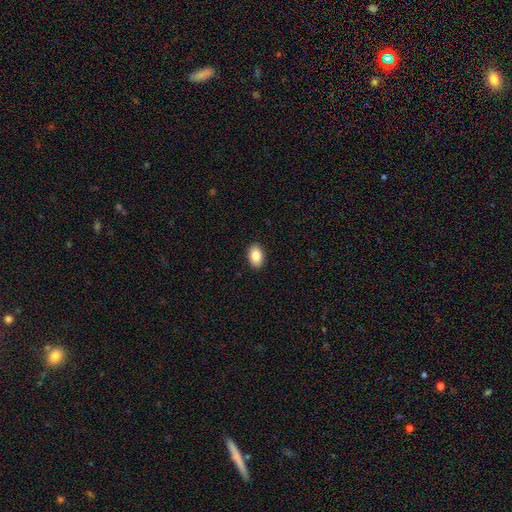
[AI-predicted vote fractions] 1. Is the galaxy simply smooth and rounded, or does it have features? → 86% smooth, 7% star or artifact, 7% featured or disk.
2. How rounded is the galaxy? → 89% in between, 9% round, 1% cigar-shaped.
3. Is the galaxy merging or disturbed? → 91% none, 7% minor disturbance, 2% major disturbance, 1% merger.